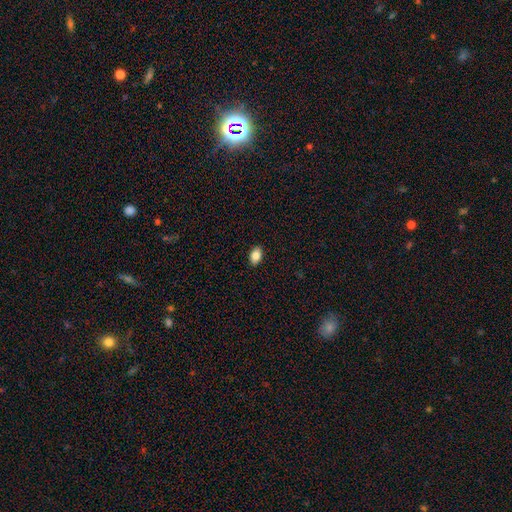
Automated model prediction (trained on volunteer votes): smooth_or_featured: smooth (p=0.85) [alt: star or artifact p=0.08]
how_rounded: in between (p=0.90) [alt: round p=0.08]
merging: none (p=0.90) [alt: minor disturbance p=0.07]